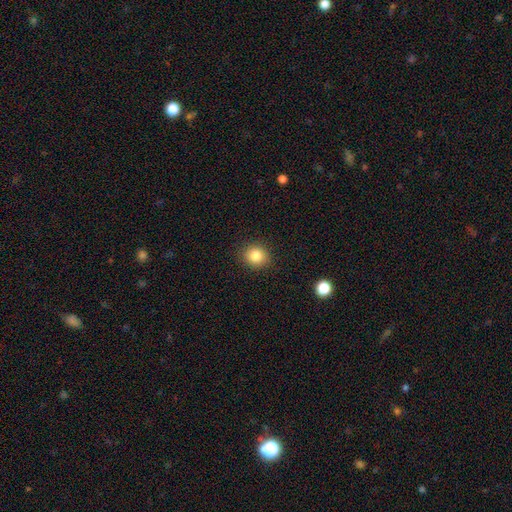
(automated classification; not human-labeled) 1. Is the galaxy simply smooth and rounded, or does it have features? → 84% smooth, 10% star or artifact, 6% featured or disk.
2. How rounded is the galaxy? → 78% round, 21% in between, 1% cigar-shaped.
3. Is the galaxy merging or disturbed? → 90% none, 7% minor disturbance, 2% major disturbance, 1% merger.